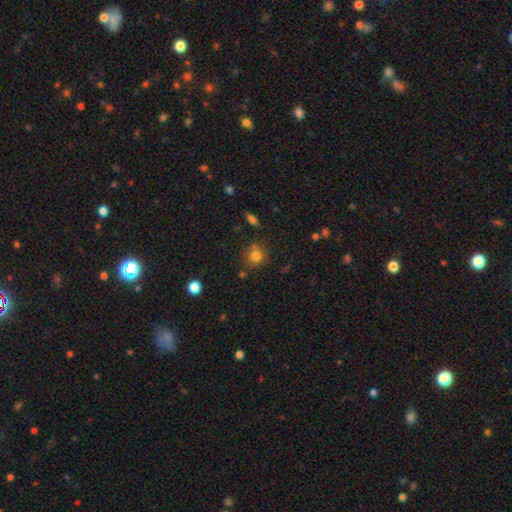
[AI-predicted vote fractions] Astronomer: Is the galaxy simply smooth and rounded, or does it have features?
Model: smooth — 78%.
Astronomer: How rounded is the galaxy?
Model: round — 78%.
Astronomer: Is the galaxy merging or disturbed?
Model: none — 71%.